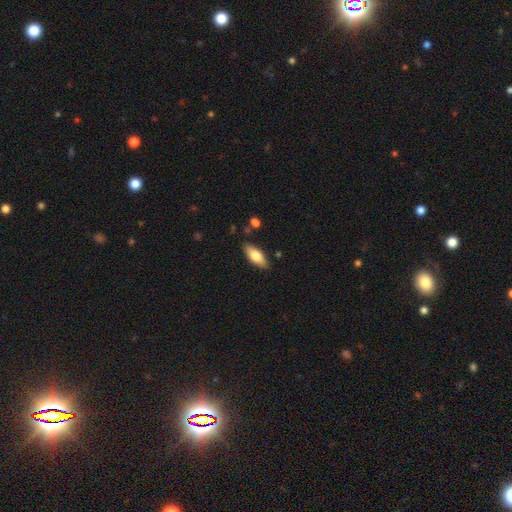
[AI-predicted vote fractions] This appears to be a smooth galaxy with no disk features (73%) that is in between round and cigar-shaped (77%). Merging: none (84%).